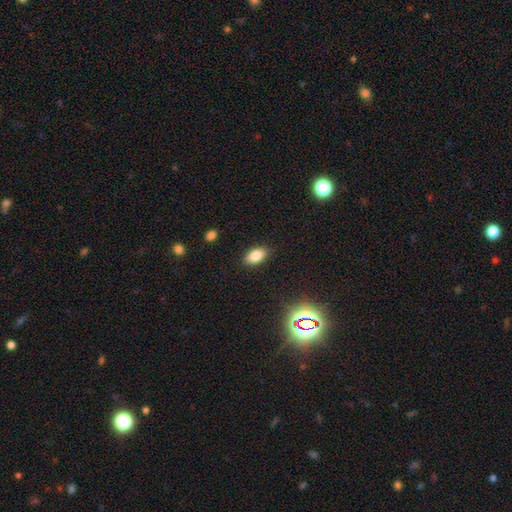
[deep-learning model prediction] The model was most divided on "smooth or featured": smooth: 83%, star or artifact: 10%, featured or disk: 7%. More confident: how rounded — in between (91%); merging — none (87%).